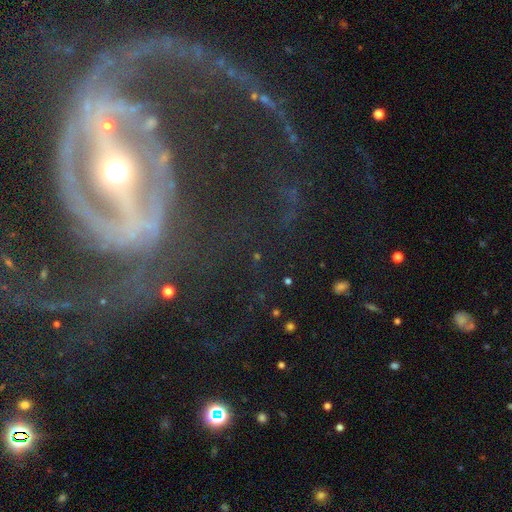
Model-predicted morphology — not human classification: smooth-or-featured: featured or disk: 88% | star or artifact: 7% | smooth: 5%
  disk-edge-on: no: 95% | yes: 5%
    bar: strong: 68% | weak: 20% | no: 12%
    has-spiral-arms: yes: 87% | no: 13%
      spiral-winding: medium: 44% | loose: 30% | tight: 26%
      spiral-arm-count: 2: 66% | can't tell: 10% | 1: 7% | 3: 7% | 4: 5% | more than 4: 5%
    bulge-size: moderate: 54% | small: 37% | large: 6% | dominant: 2% | none: 2%
  merging: none: 50% | major disturbance: 31% | minor disturbance: 14% | merger: 5%